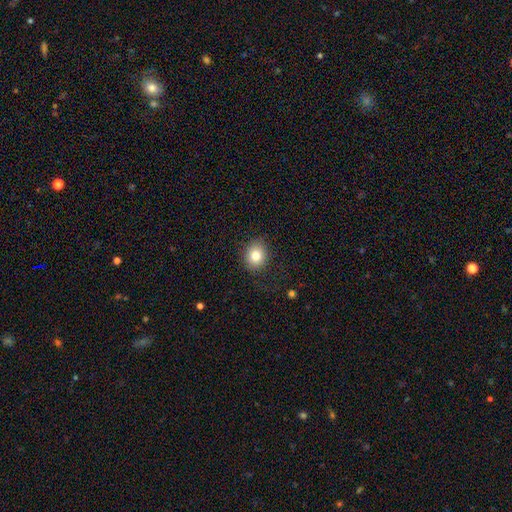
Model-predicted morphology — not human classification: smooth-or-featured: smooth: 80% | star or artifact: 11% | featured or disk: 9%
  how-rounded: round: 70% | in between: 29% | cigar-shaped: 1%
  merging: none: 83% | minor disturbance: 12% | major disturbance: 4% | merger: 1%